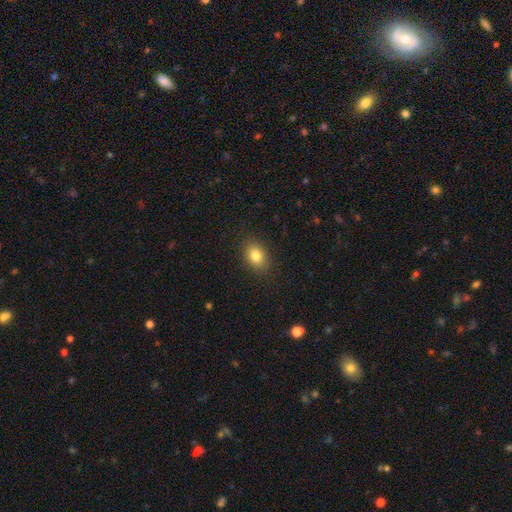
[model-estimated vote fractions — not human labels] This appears to be a smooth galaxy with no disk features (83%) that is in between round and cigar-shaped (65%). Merging: none (87%).